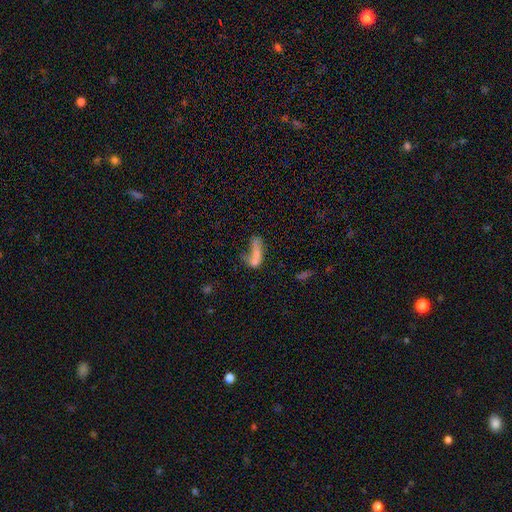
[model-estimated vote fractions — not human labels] This appears to be a smooth galaxy with no disk features (62%) that is in between round and cigar-shaped (61%). Merging: major disturbance (34%).